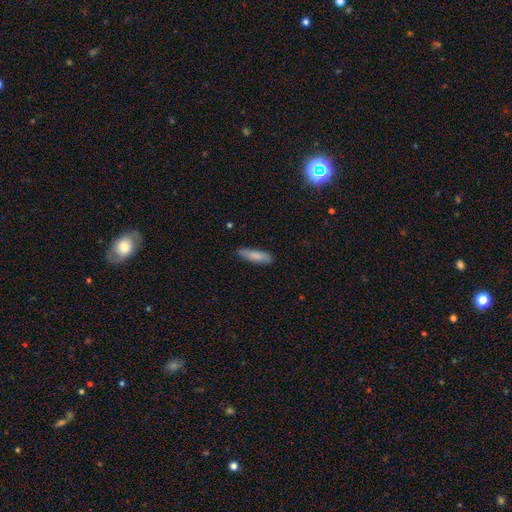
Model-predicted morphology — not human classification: Overall: smooth (82%). How rounded: cigar-shaped (66%; in between 32%). Merging: none (84%).